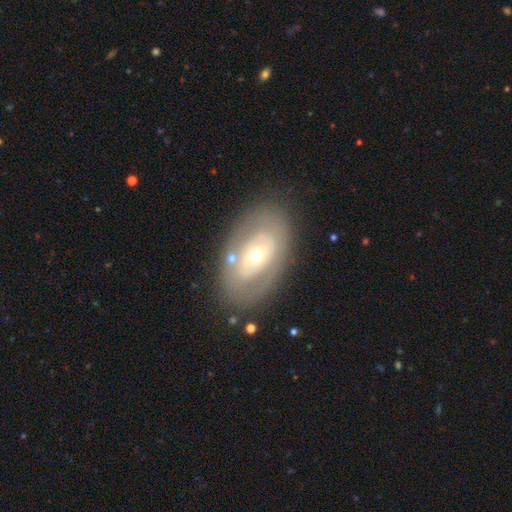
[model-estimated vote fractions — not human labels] smooth-or-featured: featured or disk: 60% | smooth: 32% | star or artifact: 7%
  disk-edge-on: no: 91% | yes: 9%
    bar: no: 78% | weak: 15% | strong: 7%
    has-spiral-arms: no: 77% | yes: 23%
    bulge-size: small: 55% | moderate: 40% | large: 3% | dominant: 1% | none: 1%
  merging: none: 77% | minor disturbance: 13% | major disturbance: 6% | merger: 3%